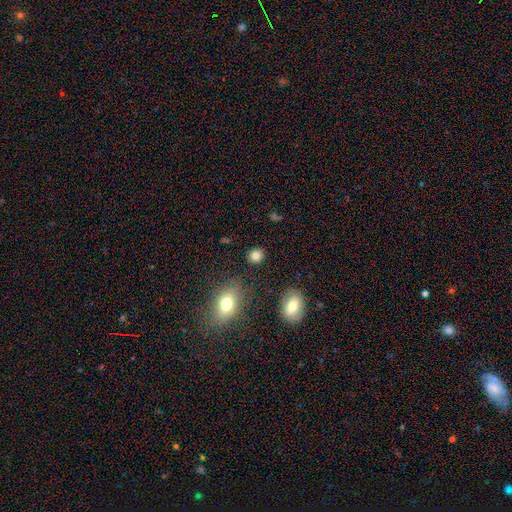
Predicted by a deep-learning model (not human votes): smooth_or_featured: smooth (p=0.83) [alt: star or artifact p=0.11]
how_rounded: round (p=0.79) [alt: in between p=0.19]
merging: none (p=0.88) [alt: minor disturbance p=0.08]